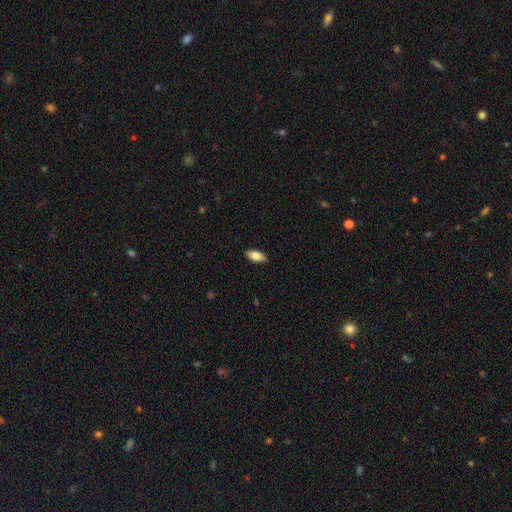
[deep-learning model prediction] Q: Smooth or featured?
A: smooth (81%); runner-up: featured or disk (13%)
Q: How rounded?
A: in between (90%); runner-up: cigar-shaped (8%)
Q: Merging?
A: none (90%); runner-up: minor disturbance (8%)